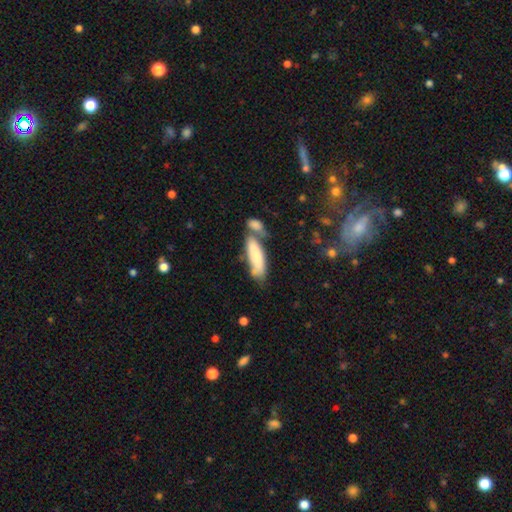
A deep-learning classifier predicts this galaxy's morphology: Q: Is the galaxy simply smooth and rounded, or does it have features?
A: smooth — 74%.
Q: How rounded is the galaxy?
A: in between — 50%.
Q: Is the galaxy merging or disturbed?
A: merger — 39%, tied with none.